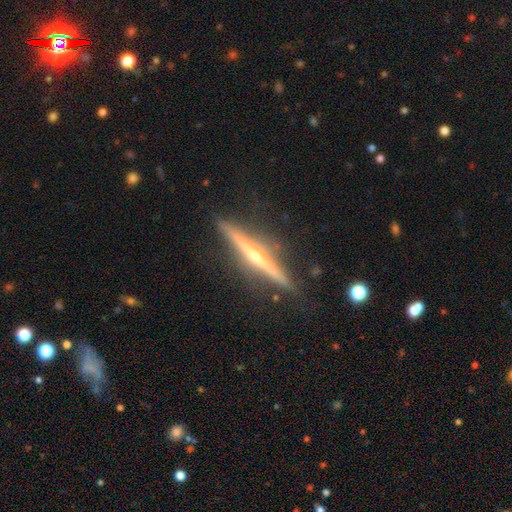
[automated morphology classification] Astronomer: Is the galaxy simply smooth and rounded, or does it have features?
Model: featured or disk — 83%.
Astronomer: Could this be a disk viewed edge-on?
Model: yes — 98%.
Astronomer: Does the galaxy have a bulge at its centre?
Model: rounded — 81%.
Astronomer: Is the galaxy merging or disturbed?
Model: none — 89%.